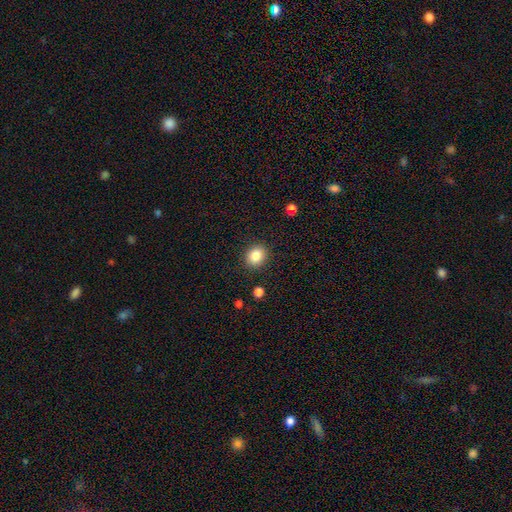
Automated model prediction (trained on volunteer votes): Q: Smooth or featured?
A: smooth (84%); runner-up: star or artifact (10%)
Q: How rounded?
A: round (68%); runner-up: in between (31%)
Q: Merging?
A: none (90%); runner-up: minor disturbance (7%)